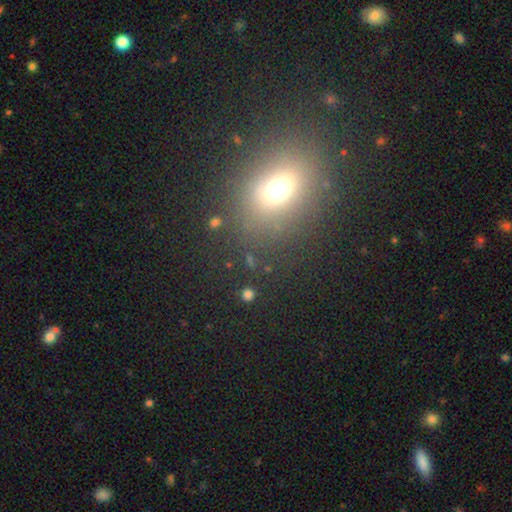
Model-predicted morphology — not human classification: Smooth or featured?
  - smooth: 64% *
  - star or artifact: 23%
  - featured or disk: 13%
How rounded?
  - in between: 64% *
  - round: 32%
  - cigar-shaped: 3%
Merging?
  - none: 85% *
  - minor disturbance: 9%
  - major disturbance: 4%
  - merger: 2%